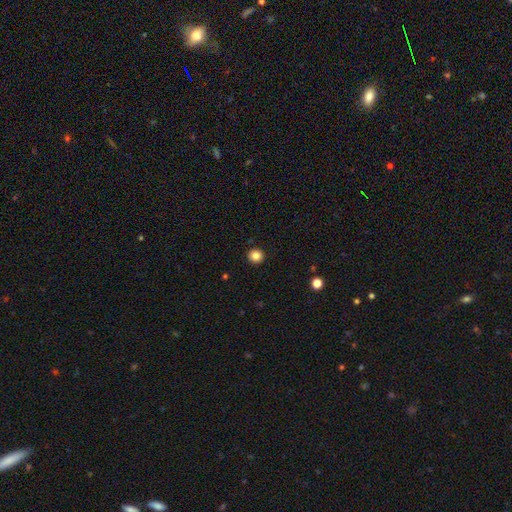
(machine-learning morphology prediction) Smooth or featured?
  - smooth: 84% *
  - star or artifact: 11%
  - featured or disk: 5%
How rounded?
  - round: 95% *
  - in between: 4%
  - cigar-shaped: 1%
Merging?
  - none: 93% *
  - minor disturbance: 4%
  - major disturbance: 1%
  - merger: 1%